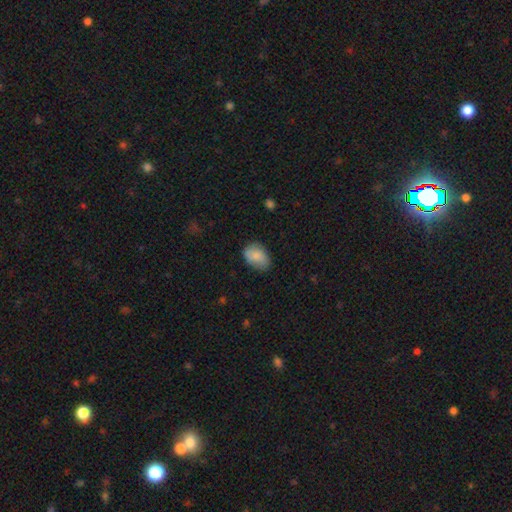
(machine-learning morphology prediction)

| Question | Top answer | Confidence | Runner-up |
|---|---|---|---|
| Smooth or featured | smooth | 83% | featured or disk (11%) |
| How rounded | in between | 84% | round (15%) |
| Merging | none | 69% | minor disturbance (24%) |